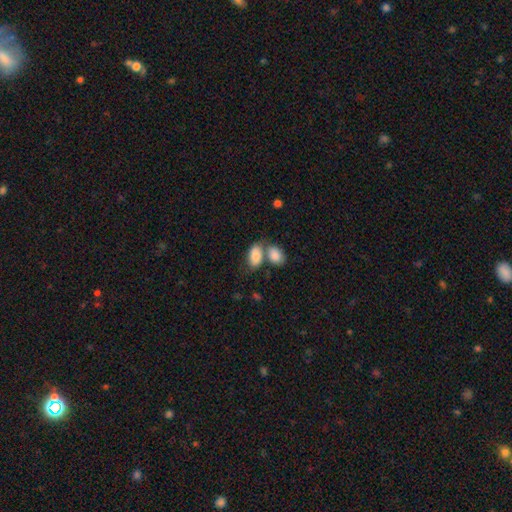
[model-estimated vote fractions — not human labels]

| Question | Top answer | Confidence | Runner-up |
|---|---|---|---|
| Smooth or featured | smooth | 83% | featured or disk (11%) |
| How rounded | in between | 91% | round (7%) |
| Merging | merger | 48% | none (37%) |